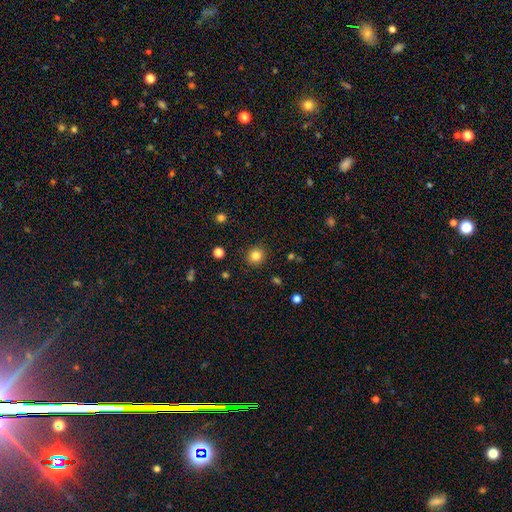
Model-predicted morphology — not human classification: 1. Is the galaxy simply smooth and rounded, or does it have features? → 83% smooth, 12% star or artifact, 5% featured or disk.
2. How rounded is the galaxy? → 87% round, 12% in between, 1% cigar-shaped.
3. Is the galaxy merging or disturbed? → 90% none, 6% minor disturbance, 2% major disturbance, 1% merger.